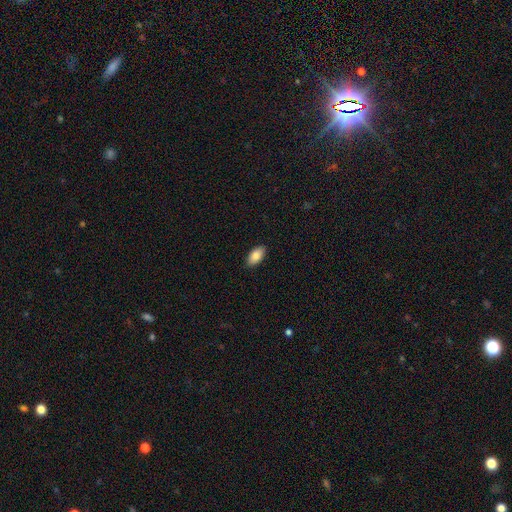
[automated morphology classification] This appears to be a smooth galaxy with no disk features (84%) that is in between round and cigar-shaped (94%). Merging: none (89%).